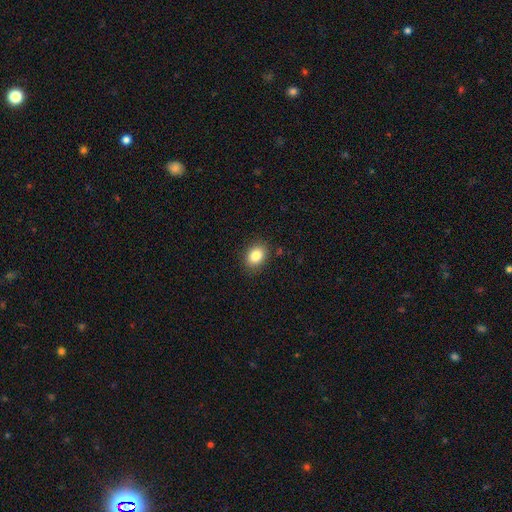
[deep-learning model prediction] smooth 85%, star or artifact 9%, featured or disk 6%. Down the decision tree: how rounded — in between (68%); merging — none (87%).